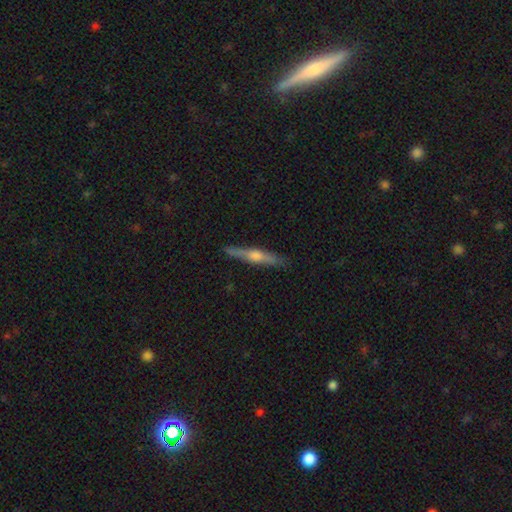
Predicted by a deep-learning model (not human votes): featured or disk 69%, smooth 26%, star or artifact 6%. Down the decision tree: edge-on disk — yes (97%); edge-on bulge — rounded (88%); merging — none (90%).